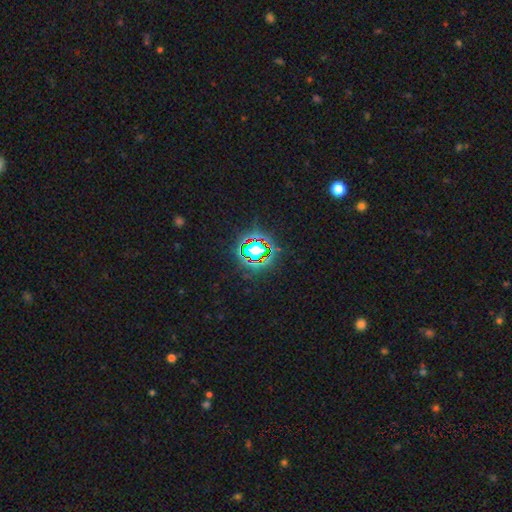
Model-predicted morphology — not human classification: Overall: star or artifact (80%).